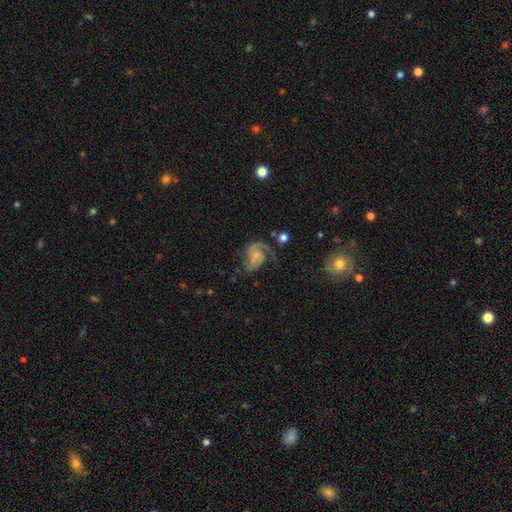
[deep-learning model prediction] Smooth or featured?
  - featured or disk: 84% *
  - smooth: 9%
  - star or artifact: 6%
Edge-on disk?
  - no: 98% *
  - yes: 2%
Bar?
  - no: 63% *
  - weak: 30%
  - strong: 7%
Spiral arms?
  - yes: 96% *
  - no: 4%
Spiral winding?
  - medium: 51% *
  - loose: 25%
  - tight: 24%
Spiral arm count?
  - 2: 76% *
  - 1: 13%
  - can't tell: 5%
  - 3: 3%
  - 4: 1%
  - more than 4: 1%
Bulge size?
  - small: 62% *
  - moderate: 19%
  - none: 16%
  - large: 2%
  - dominant: 1%
Merging?
  - none: 52% *
  - major disturbance: 23%
  - minor disturbance: 21%
  - merger: 4%